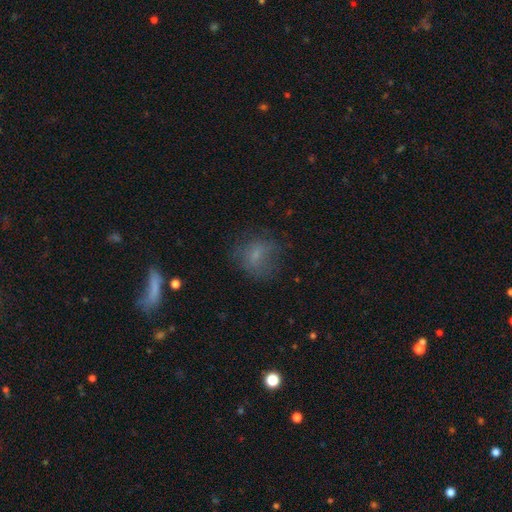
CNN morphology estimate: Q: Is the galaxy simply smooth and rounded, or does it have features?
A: smooth — 63%.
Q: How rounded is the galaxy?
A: round — 68%.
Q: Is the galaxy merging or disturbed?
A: none — 58%.